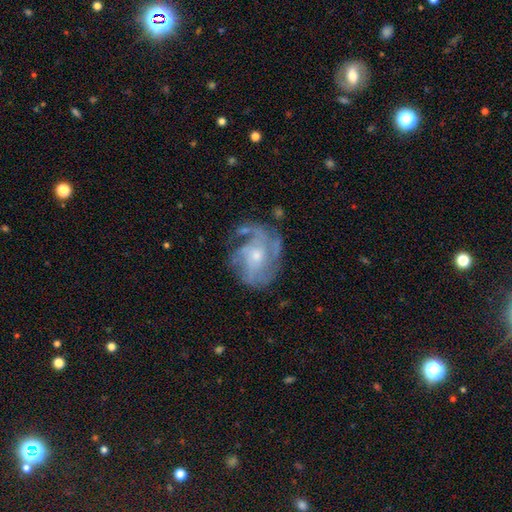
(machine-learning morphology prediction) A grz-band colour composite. It shows a featured or disk galaxy (83%) with no bar (70%), tight (46%) spiral arms (93%) and a small central bulge (48%). Merging: none (63%).